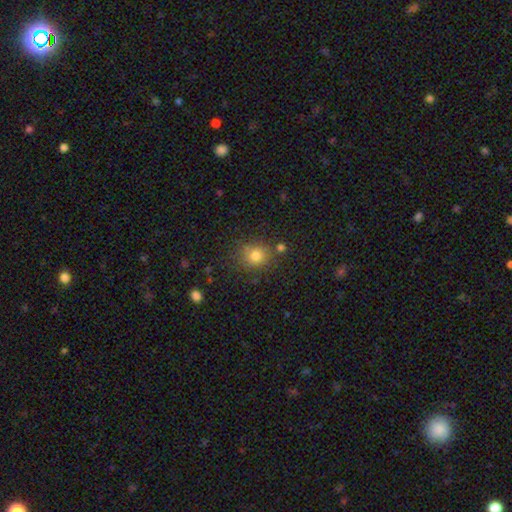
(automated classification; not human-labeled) A smooth galaxy with no disk features (78%) that is round (80%). Merging: none (76%).